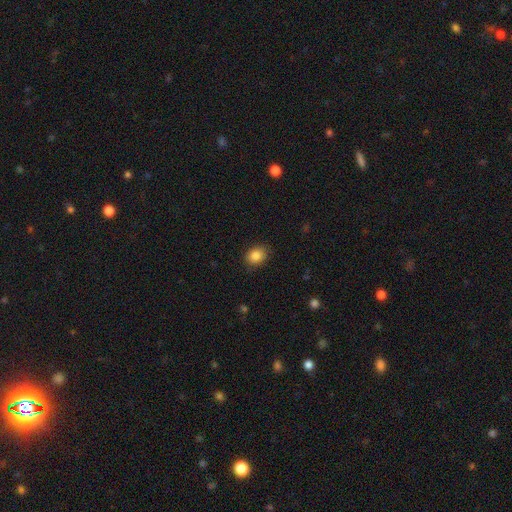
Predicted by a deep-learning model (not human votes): A smooth galaxy with no disk features (86%) that is in between round and cigar-shaped (57%). Merging: none (86%).